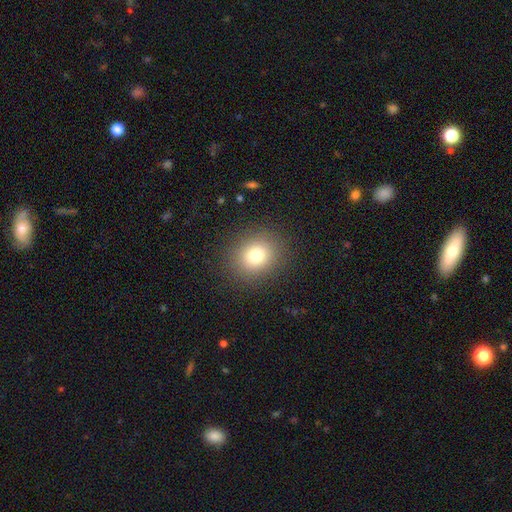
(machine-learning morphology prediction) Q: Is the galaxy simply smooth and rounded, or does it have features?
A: smooth — 77%.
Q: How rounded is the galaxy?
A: round — 72%.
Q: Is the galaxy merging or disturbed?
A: none — 88%.